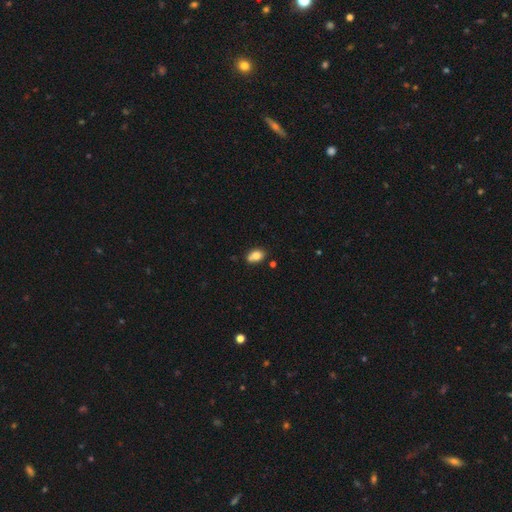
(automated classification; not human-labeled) smooth-or-featured: smooth: 82% | featured or disk: 9% | star or artifact: 9%
  how-rounded: in between: 85% | round: 13% | cigar-shaped: 2%
  merging: none: 70% | minor disturbance: 18% | merger: 8% | major disturbance: 3%